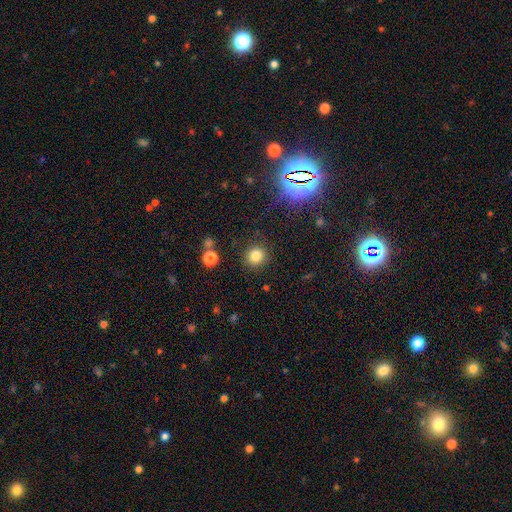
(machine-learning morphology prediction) This is clearly a smooth galaxy (80%). How rounded: clearly round (91%). Merging: clearly none (89%).